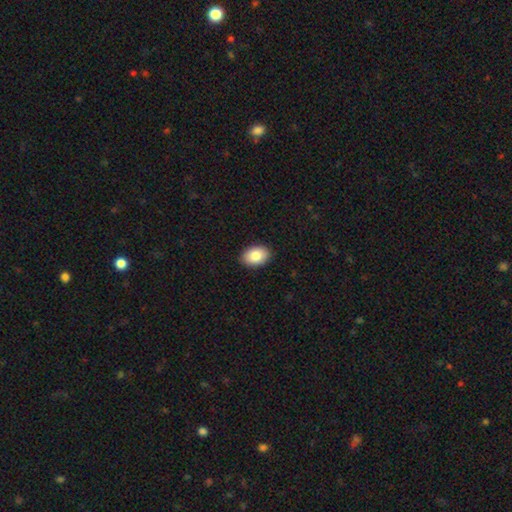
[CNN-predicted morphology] This appears to be a smooth galaxy with no disk features (85%) that is in between round and cigar-shaped (87%). Merging: none (90%).